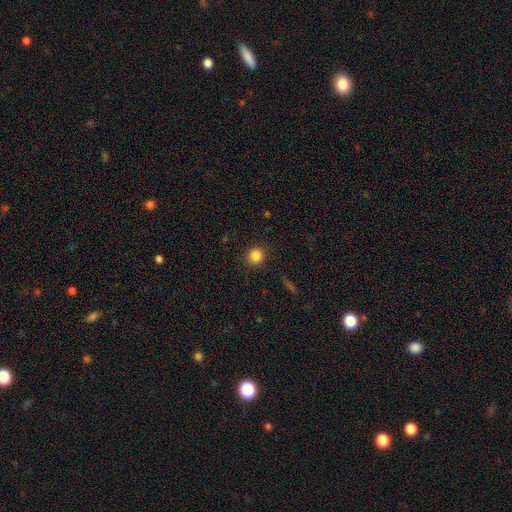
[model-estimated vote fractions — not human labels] smooth-or-featured: smooth: 84% | star or artifact: 11% | featured or disk: 5%
  how-rounded: round: 89% | in between: 10% | cigar-shaped: 1%
  merging: none: 90% | minor disturbance: 7% | major disturbance: 2% | merger: 1%